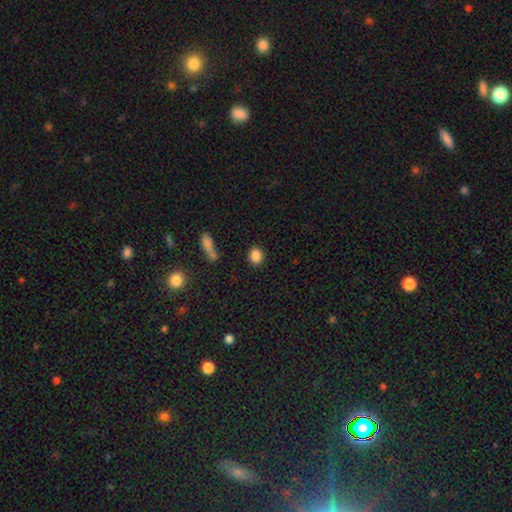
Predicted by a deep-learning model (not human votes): smooth_or_featured: smooth (p=0.86) [alt: star or artifact p=0.10]
how_rounded: round (p=0.53) [alt: in between p=0.45]
merging: none (p=0.85) [alt: minor disturbance p=0.09]